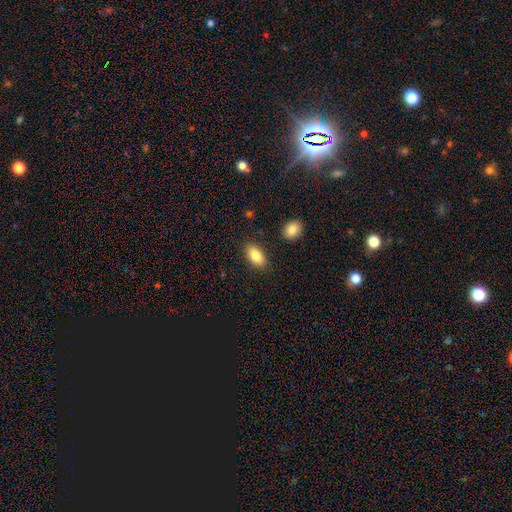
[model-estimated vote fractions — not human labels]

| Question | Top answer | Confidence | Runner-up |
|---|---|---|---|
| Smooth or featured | smooth | 85% | featured or disk (8%) |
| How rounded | in between | 91% | cigar-shaped (5%) |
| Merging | none | 85% | minor disturbance (10%) |